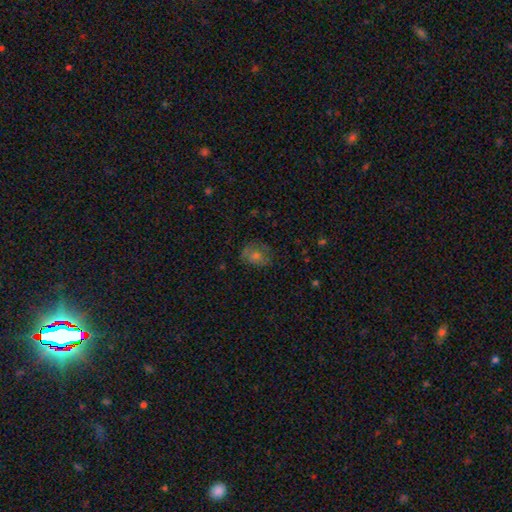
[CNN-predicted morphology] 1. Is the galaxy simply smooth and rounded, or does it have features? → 55% smooth, 27% featured or disk, 18% star or artifact.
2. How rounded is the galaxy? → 52% in between, 46% round, 1% cigar-shaped.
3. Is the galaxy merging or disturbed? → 68% none, 22% minor disturbance, 9% major disturbance, 2% merger.